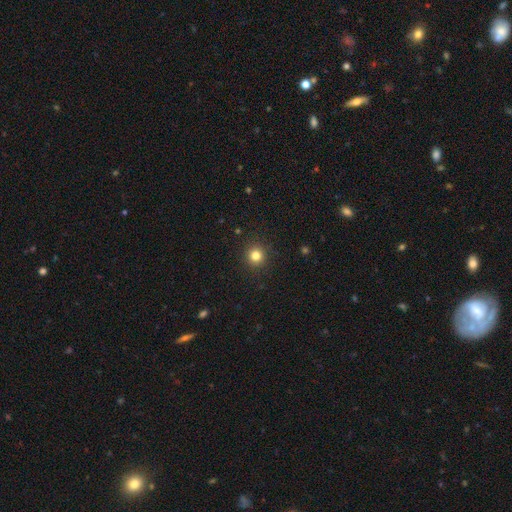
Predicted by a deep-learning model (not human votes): Morphology: type=smooth (81%); roundness=round (94%); merging=none (92%).